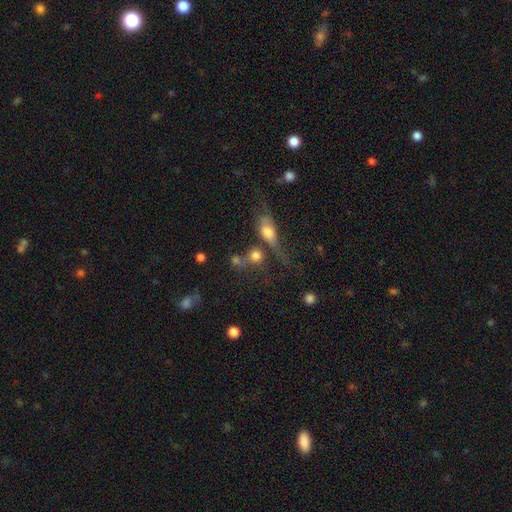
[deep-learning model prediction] Smooth or featured? Predicted: smooth (p=0.70). How rounded? Predicted: round (p=0.72). Merging? Predicted: none (p=0.42).